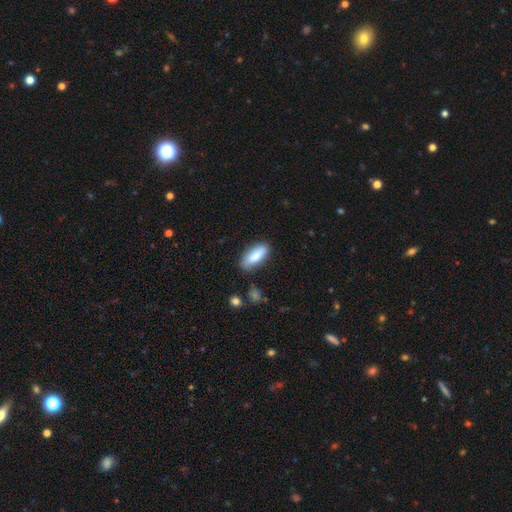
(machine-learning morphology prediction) The model was most divided on "how rounded": in between: 68%, cigar-shaped: 30%, round: 2%. More confident: smooth or featured — smooth (84%); merging — none (79%).